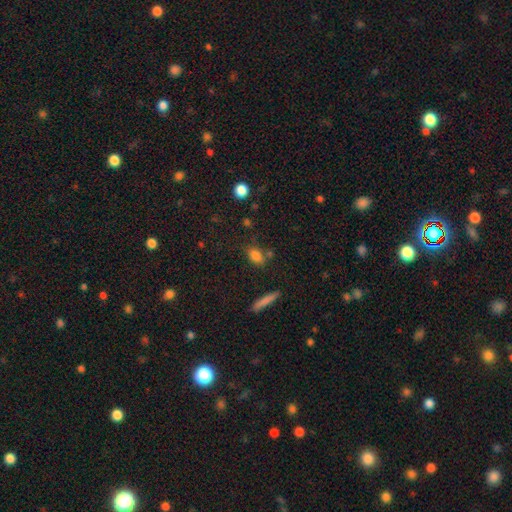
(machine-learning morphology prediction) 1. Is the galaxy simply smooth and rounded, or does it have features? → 81% smooth, 11% star or artifact, 8% featured or disk.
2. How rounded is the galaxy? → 74% in between, 17% round, 9% cigar-shaped.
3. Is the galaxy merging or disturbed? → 69% none, 16% minor disturbance, 10% merger, 5% major disturbance.